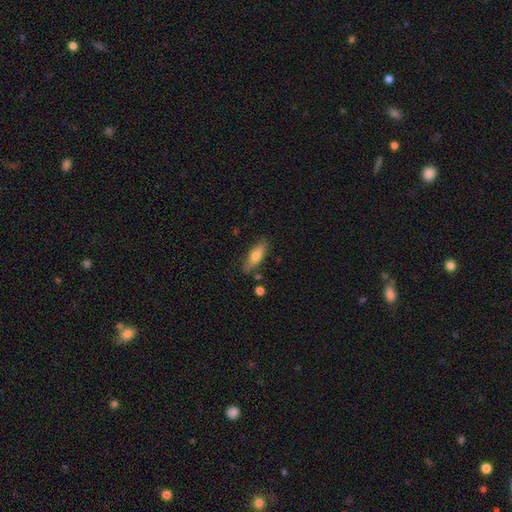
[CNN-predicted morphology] smooth-or-featured: smooth: 66% | featured or disk: 27% | star or artifact: 6%
  how-rounded: in between: 53% | cigar-shaped: 45% | round: 3%
  merging: none: 81% | minor disturbance: 13% | merger: 3% | major disturbance: 3%